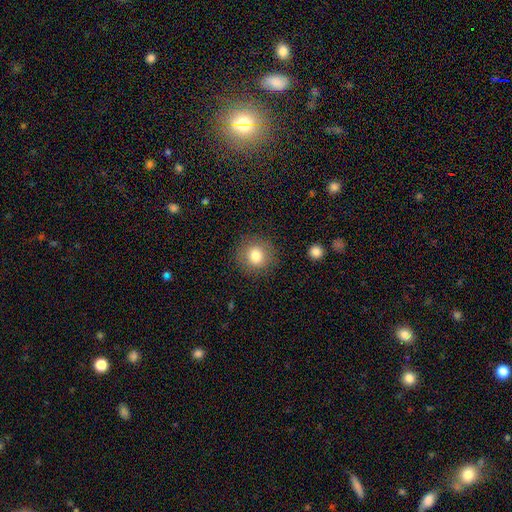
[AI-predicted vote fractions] smooth 79%, star or artifact 11%, featured or disk 10%. Down the decision tree: how rounded — round (88%); merging — none (87%).